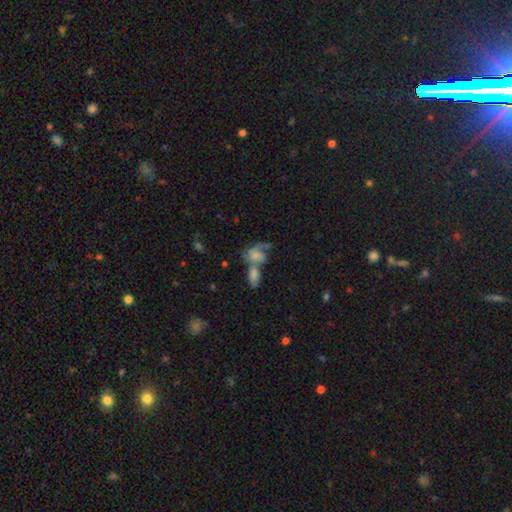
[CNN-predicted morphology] This is possibly a smooth galaxy (49%). Merging: possibly merger (59%).